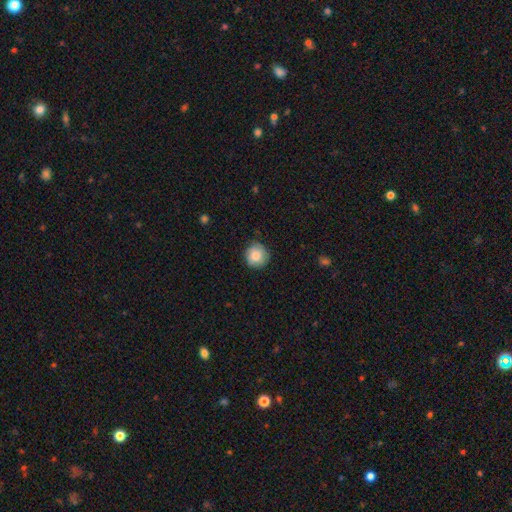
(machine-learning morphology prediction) Smooth or featured: smooth — 80% (featured or disk — 12%)
How rounded: round — 94% (in between — 5%)
Merging: none — 82% (minor disturbance — 14%)